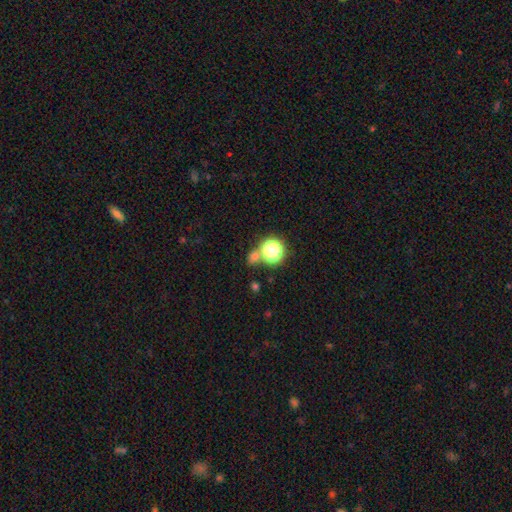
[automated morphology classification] Smooth or featured? Predicted: smooth (p=0.61). How rounded? Predicted: round (p=0.78). Merging? Predicted: none (p=0.65).